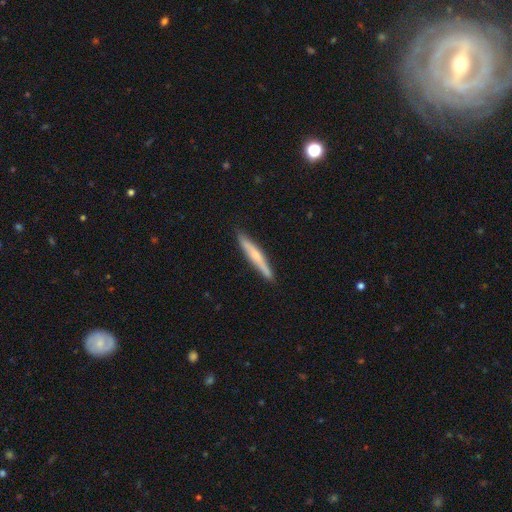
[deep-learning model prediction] smooth-or-featured: featured or disk: 49% | smooth: 45% | star or artifact: 6%
  merging: none: 89% | minor disturbance: 8% | major disturbance: 1% | merger: 1%